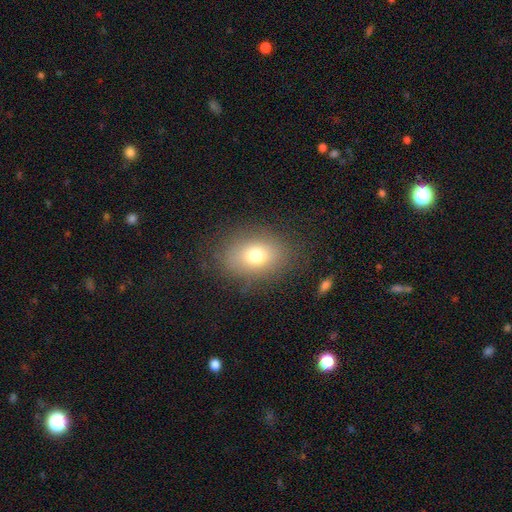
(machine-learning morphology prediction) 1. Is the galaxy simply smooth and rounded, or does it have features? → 74% smooth, 15% featured or disk, 11% star or artifact.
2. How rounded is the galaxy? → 72% in between, 26% round, 1% cigar-shaped.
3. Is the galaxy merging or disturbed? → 81% none, 13% minor disturbance, 5% major disturbance, 1% merger.